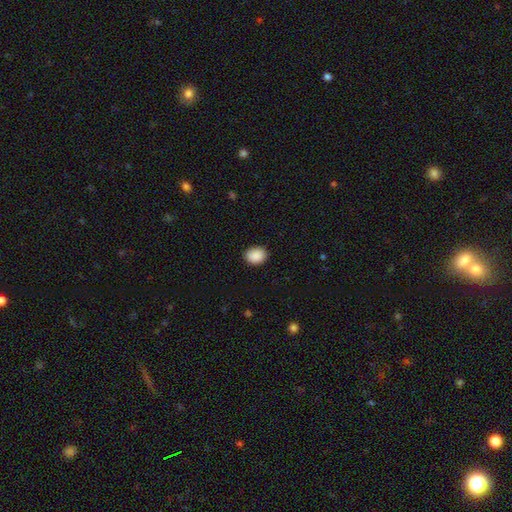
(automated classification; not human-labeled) This is clearly a smooth galaxy (90%). How rounded: possibly in between (57%). Merging: clearly none (88%).